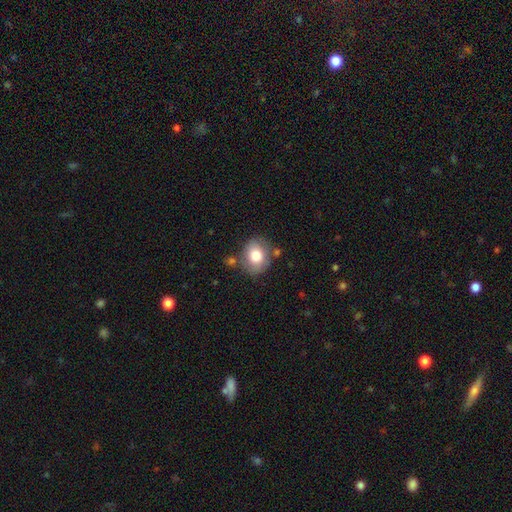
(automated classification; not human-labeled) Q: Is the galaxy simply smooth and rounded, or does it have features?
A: smooth — 76%.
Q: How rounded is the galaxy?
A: round — 57%.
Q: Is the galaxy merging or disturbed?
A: none — 71%.